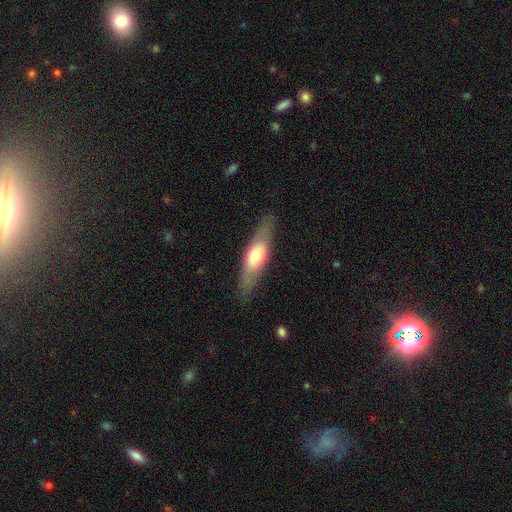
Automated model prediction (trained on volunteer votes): Smooth or featured: smooth — 53% (featured or disk — 41%)
How rounded: cigar-shaped — 53% (in between — 44%)
Merging: none — 82% (minor disturbance — 12%)